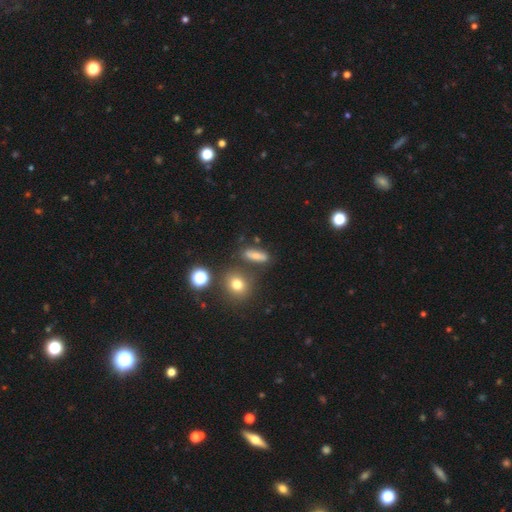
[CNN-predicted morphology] smooth 70%, star or artifact 16%, featured or disk 14%. Down the decision tree: how rounded — in between (44%); merging — none (76%).